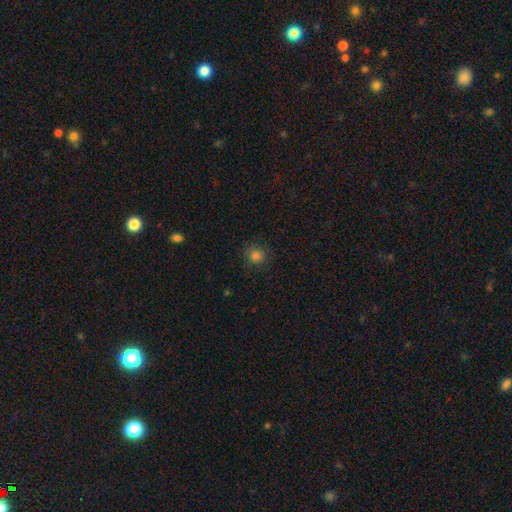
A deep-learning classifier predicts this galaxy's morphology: A smooth galaxy with no disk features (82%) that is round (88%).

Vote fractions:
- Smooth or featured? smooth: 82% / star or artifact: 13% / featured or disk: 4%
- How rounded? round: 88% / in between: 12% / cigar-shaped: 1%
- Merging? none: 86% / minor disturbance: 10% / major disturbance: 3% / merger: 1%